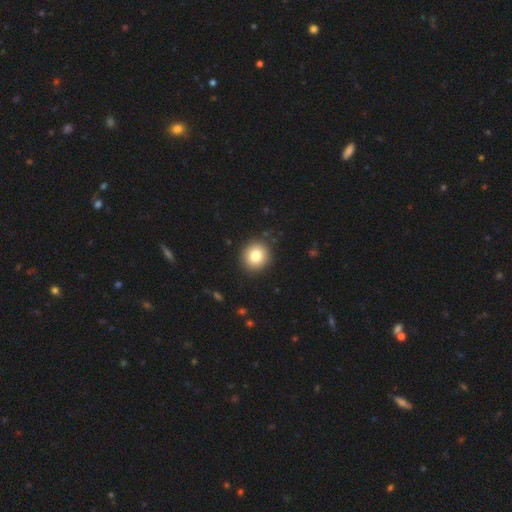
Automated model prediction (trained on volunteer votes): Morphology: type=smooth (80%); roundness=round (91%); merging=none (91%).